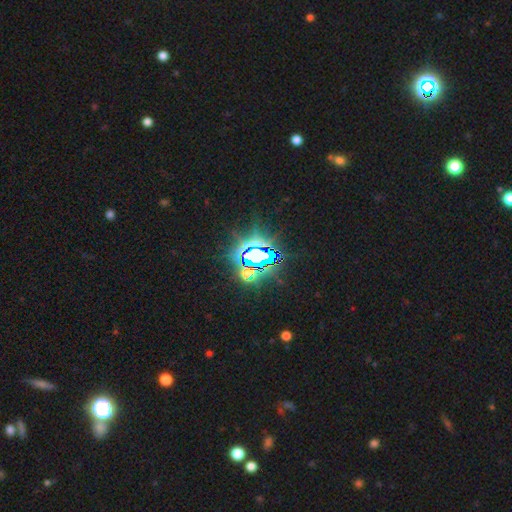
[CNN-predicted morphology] Smooth or featured?
  - star or artifact: 81% *
  - smooth: 10%
  - featured or disk: 10%